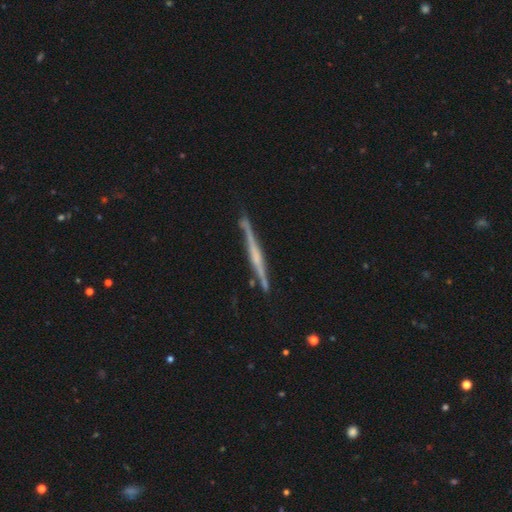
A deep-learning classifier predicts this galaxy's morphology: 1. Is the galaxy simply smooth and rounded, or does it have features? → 76% featured or disk, 18% smooth, 6% star or artifact.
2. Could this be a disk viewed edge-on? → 98% yes, 2% no.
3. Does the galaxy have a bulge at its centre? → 42% rounded, 37% none, 21% boxy.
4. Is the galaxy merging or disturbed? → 83% none, 12% minor disturbance, 3% merger, 2% major disturbance.